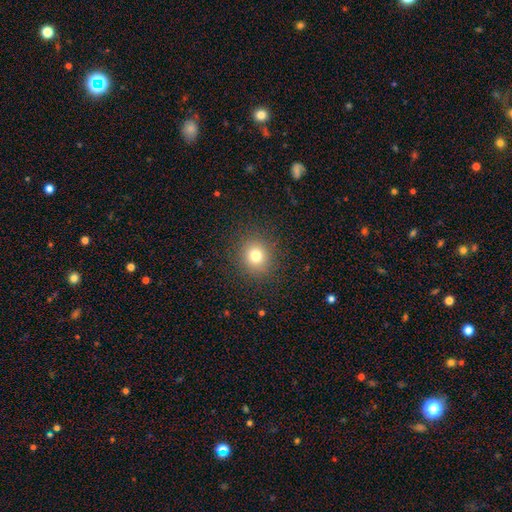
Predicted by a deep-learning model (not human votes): Smooth or featured: smooth — 78% (star or artifact — 14%)
How rounded: round — 86% (in between — 13%)
Merging: none — 89% (minor disturbance — 7%)